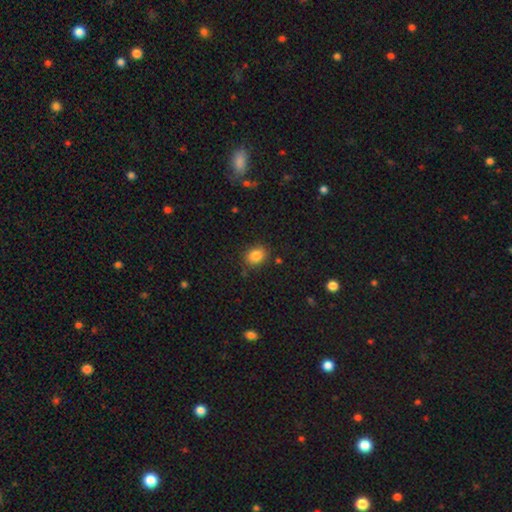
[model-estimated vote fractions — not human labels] smooth 85%, star or artifact 10%, featured or disk 5%. Down the decision tree: how rounded — in between (50%); merging — none (83%).